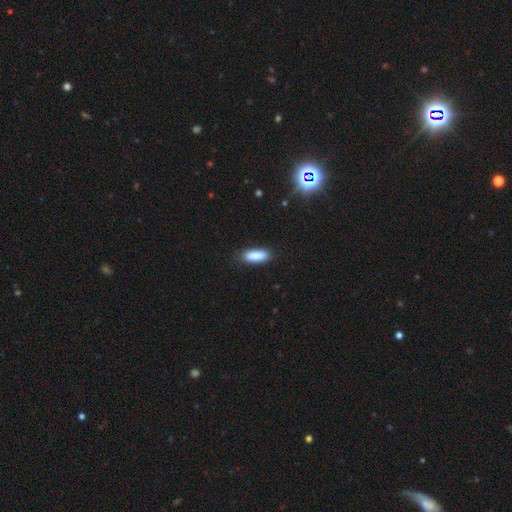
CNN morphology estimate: smooth 87%, star or artifact 7%, featured or disk 6%. Down the decision tree: how rounded — in between (67%); merging — none (83%).